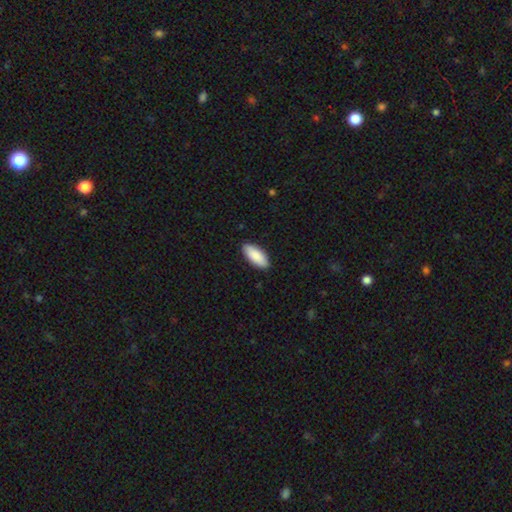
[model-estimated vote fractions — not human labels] Morphology: type=smooth (90%); roundness=in between (83%); merging=none (90%).